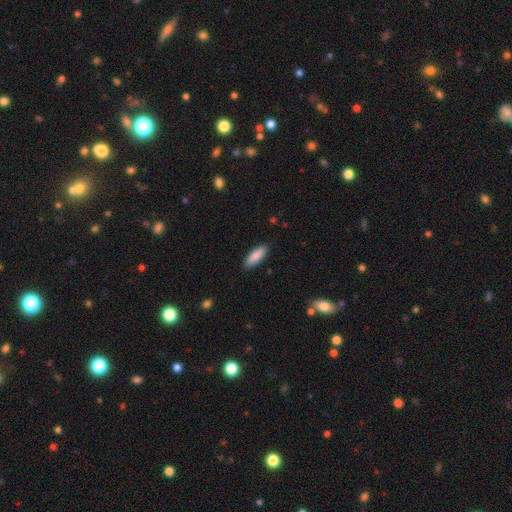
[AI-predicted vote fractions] Smooth or featured? smooth (88%)
How rounded? in between (63%)
Merging? none (87%)